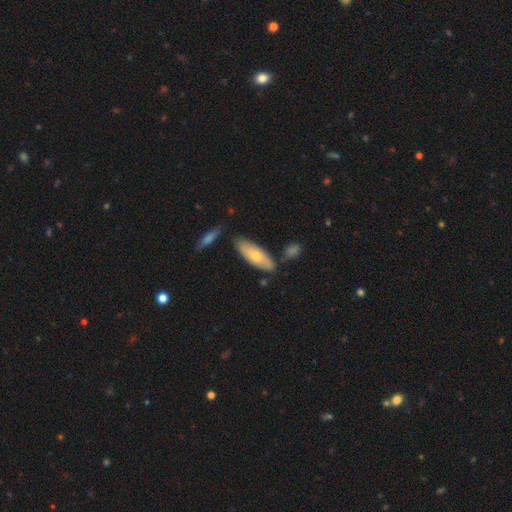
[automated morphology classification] Smooth or featured? smooth (64%)
How rounded? in between (71%)
Merging? none (73%)